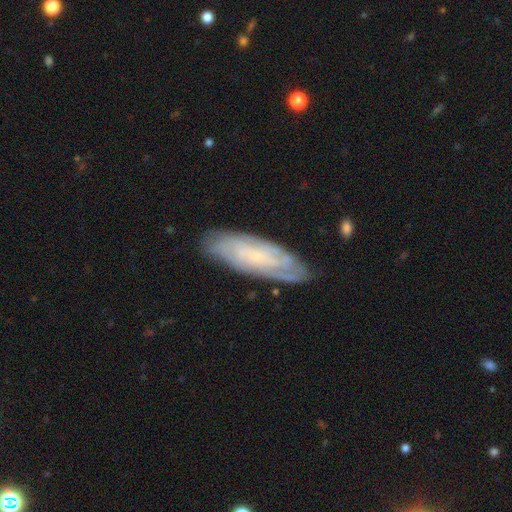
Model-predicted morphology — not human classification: featured or disk 66%, smooth 27%, star or artifact 7%. Down the decision tree: edge-on disk — no (81%); bar — no (67%); spiral arms — yes (89%); bulge size — small (69%); merging — none (79%).